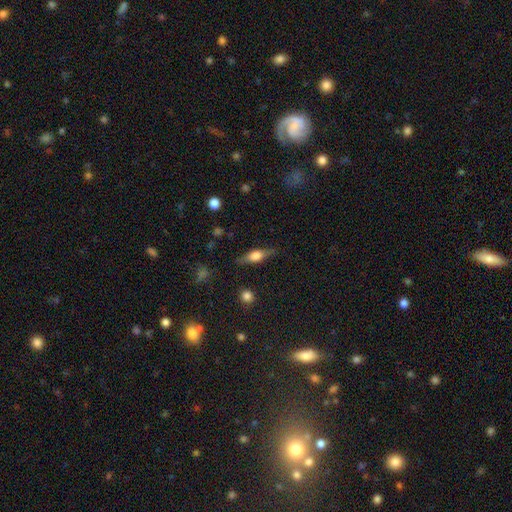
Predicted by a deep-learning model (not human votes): This appears to be a smooth galaxy with no disk features (49%). Merging: none (81%).